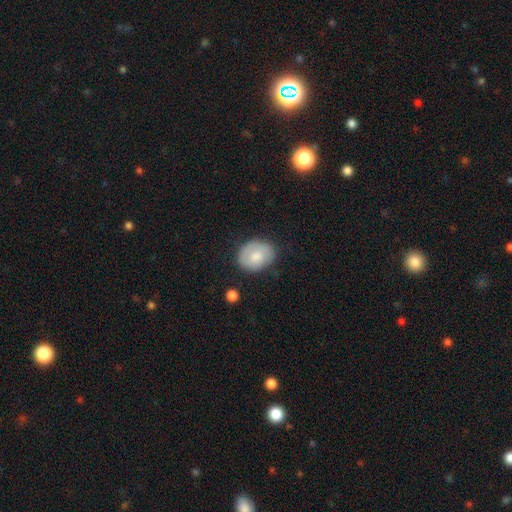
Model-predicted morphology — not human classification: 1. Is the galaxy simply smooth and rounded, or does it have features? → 73% smooth, 20% featured or disk, 7% star or artifact.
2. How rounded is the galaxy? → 51% in between, 49% round, 1% cigar-shaped.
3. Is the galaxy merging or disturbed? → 75% none, 19% minor disturbance, 5% major disturbance, 2% merger.